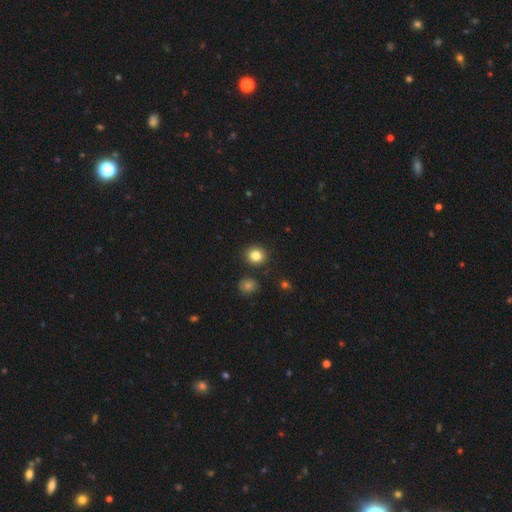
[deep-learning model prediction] This appears to be a smooth galaxy with no disk features (84%) that is round (81%). Merging: none (87%).